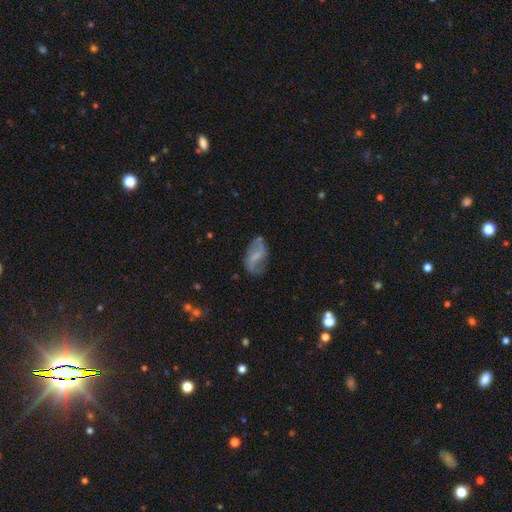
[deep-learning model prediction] Morphology: type=featured or disk (65%); edge-on=no (95%); bar=weak (48%); spiral arms=yes (81%); bulge=small (45%); merging=none (66%).